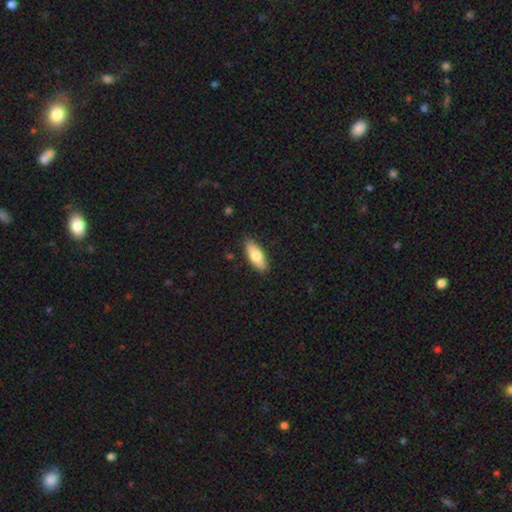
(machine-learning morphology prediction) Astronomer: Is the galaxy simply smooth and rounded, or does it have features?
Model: smooth — 75%.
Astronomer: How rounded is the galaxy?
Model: in between — 72%.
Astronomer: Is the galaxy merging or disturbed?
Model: none — 87%.